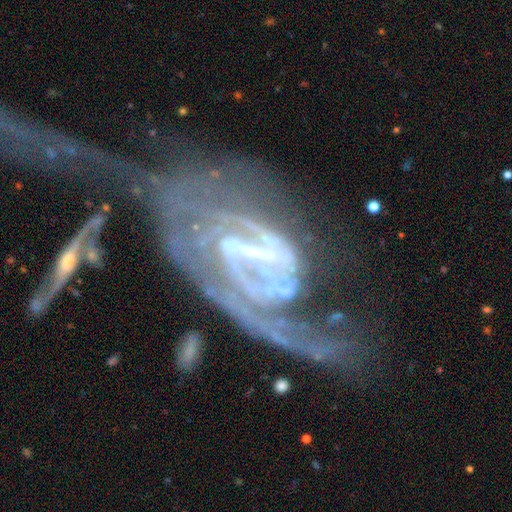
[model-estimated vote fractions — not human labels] Q: Smooth or featured?
A: featured or disk (86%); runner-up: star or artifact (8%)
Q: Edge-on disk?
A: no (95%); runner-up: yes (5%)
Q: Bar?
A: strong (51%); runner-up: weak (31%)
Q: Spiral arms?
A: yes (87%); runner-up: no (13%)
Q: Spiral winding?
A: tight (39%); runner-up: medium (36%)
Q: Spiral arm count?
A: 2 (43%); runner-up: can't tell (24%)
Q: Bulge size?
A: small (46%); runner-up: none (23%)
Q: Merging?
A: major disturbance (42%); runner-up: merger (29%)